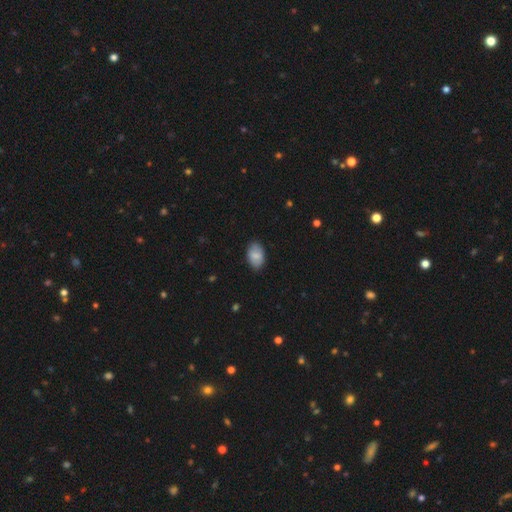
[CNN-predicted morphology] Q: Smooth or featured?
A: smooth (80%); runner-up: featured or disk (14%)
Q: How rounded?
A: in between (91%); runner-up: round (8%)
Q: Merging?
A: none (84%); runner-up: minor disturbance (12%)